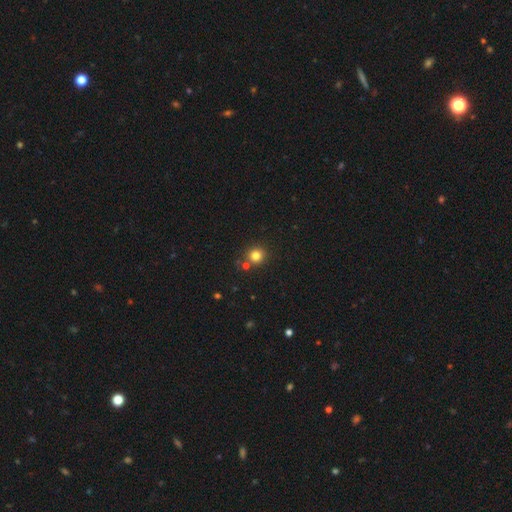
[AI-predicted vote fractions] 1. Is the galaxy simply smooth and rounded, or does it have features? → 81% smooth, 14% star or artifact, 6% featured or disk.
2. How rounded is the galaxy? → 92% round, 7% in between, 1% cigar-shaped.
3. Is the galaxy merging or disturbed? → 79% none, 11% merger, 8% minor disturbance, 3% major disturbance.